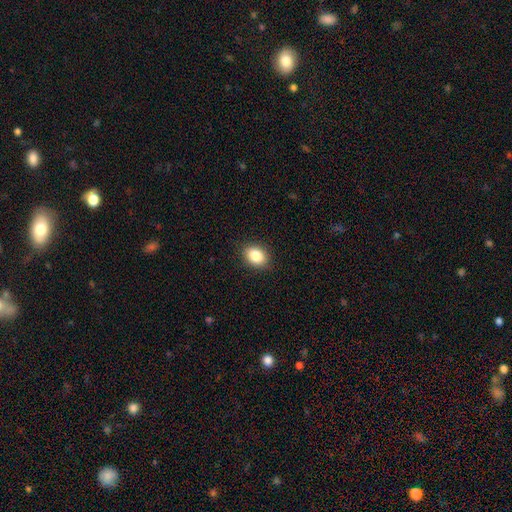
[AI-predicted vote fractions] This appears to be a smooth galaxy with no disk features (86%) that is in between round and cigar-shaped (64%). Merging: none (88%).